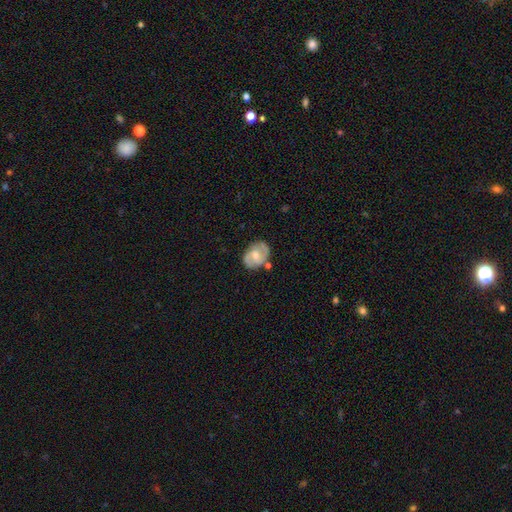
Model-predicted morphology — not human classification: Smooth or featured: featured or disk — 66% (smooth — 28%)
Edge-on disk: no — 97% (yes — 3%)
Bar: weak — 49% (no — 40%)
Spiral arms: yes — 85% (no — 15%)
Spiral winding: medium — 50% (tight — 31%)
Spiral arm count: 2 — 83% (can't tell — 10%)
Bulge size: moderate — 55% (small — 29%)
Merging: none — 70% (minor disturbance — 18%)